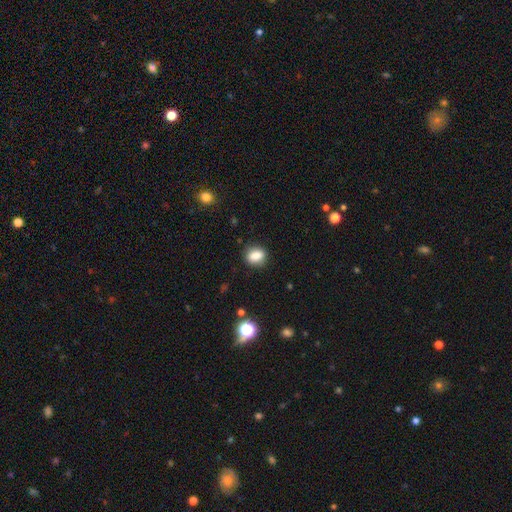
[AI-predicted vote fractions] A smooth galaxy with no disk features (84%) that is in between round and cigar-shaped (54%). Merging: none (86%).